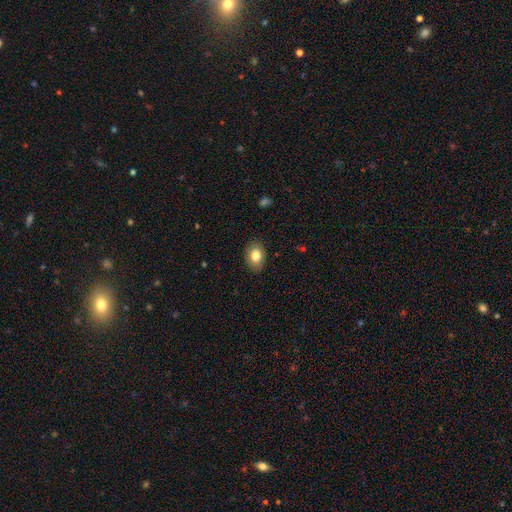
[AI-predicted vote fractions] Smooth or featured?
  - smooth: 82% *
  - featured or disk: 10%
  - star or artifact: 8%
How rounded?
  - in between: 79% *
  - round: 20%
  - cigar-shaped: 1%
Merging?
  - none: 87% *
  - minor disturbance: 10%
  - major disturbance: 2%
  - merger: 1%